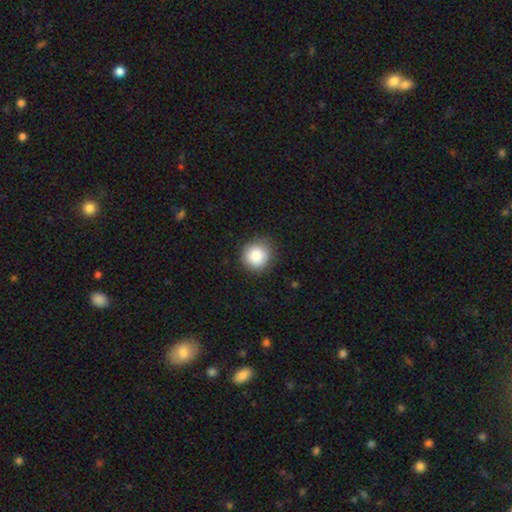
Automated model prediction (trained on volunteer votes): A smooth galaxy with no disk features (83%) that is round (92%). Merging: none (86%).